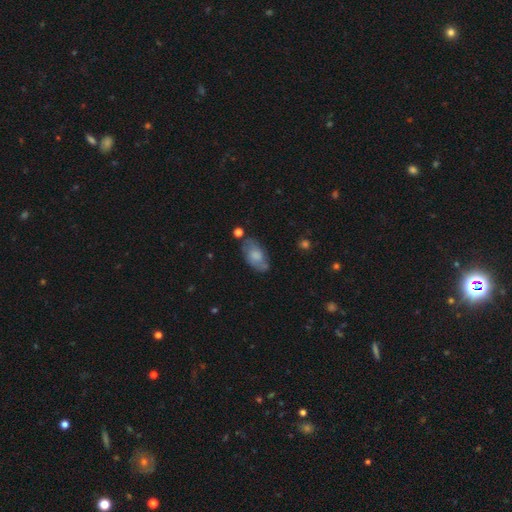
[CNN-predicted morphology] This is likely a smooth galaxy (62%). How rounded: clearly in between (92%). Merging: likely none (62%).